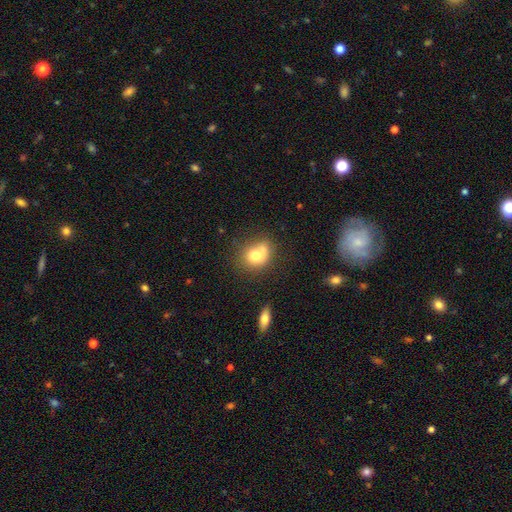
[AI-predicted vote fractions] Smooth or featured: smooth — 73% (featured or disk — 17%)
How rounded: round — 67% (in between — 32%)
Merging: none — 45% (merger — 25%)